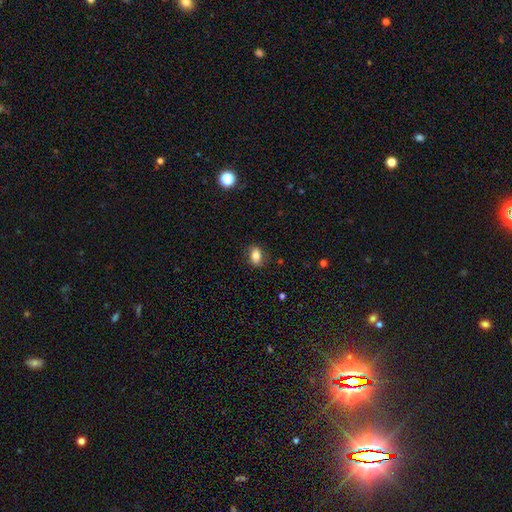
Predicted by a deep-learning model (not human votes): Overall: smooth (76%). How rounded: in between (78%). Merging: none (81%).